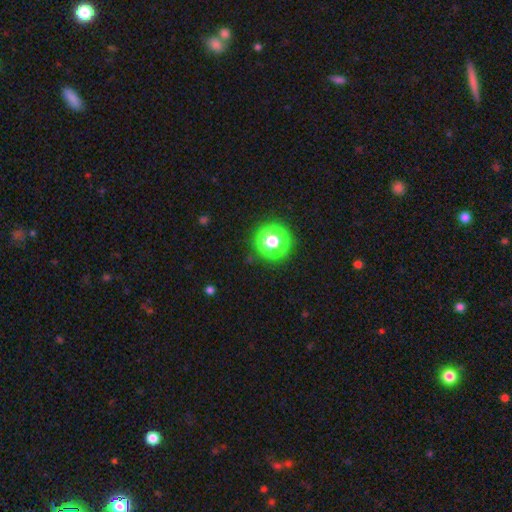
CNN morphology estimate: star or artifact 64%, smooth 29%, featured or disk 7%.